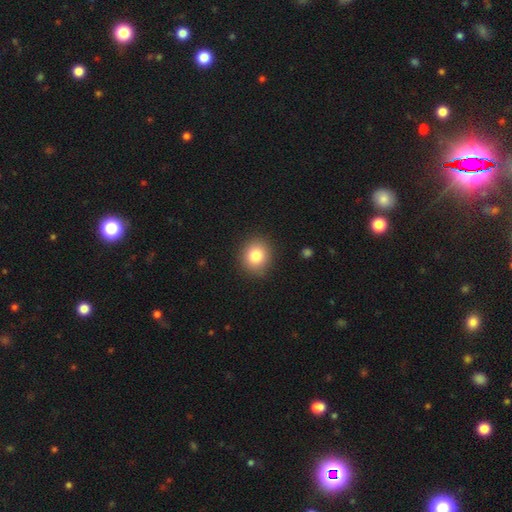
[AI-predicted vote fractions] A smooth galaxy with no disk features (83%) that is round (77%).

Vote fractions:
- Smooth or featured? smooth: 83% / star or artifact: 9% / featured or disk: 7%
- How rounded? round: 77% / in between: 22% / cigar-shaped: 1%
- Merging? none: 89% / minor disturbance: 8% / major disturbance: 2% / merger: 1%